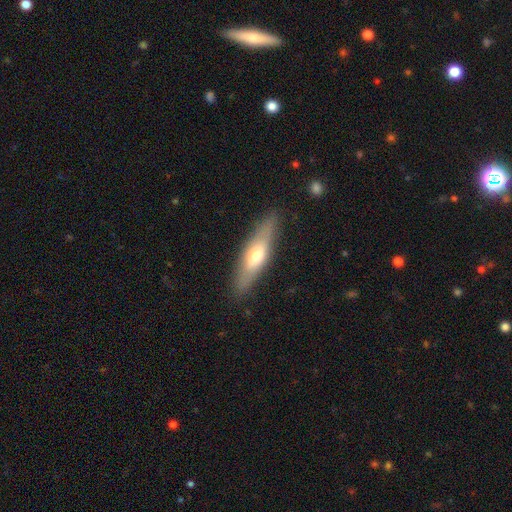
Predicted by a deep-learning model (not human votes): Smooth or featured?
  - smooth: 52% *
  - featured or disk: 42%
  - star or artifact: 6%
How rounded?
  - cigar-shaped: 71% *
  - in between: 27%
  - round: 2%
Merging?
  - none: 86% *
  - minor disturbance: 10%
  - major disturbance: 2%
  - merger: 1%